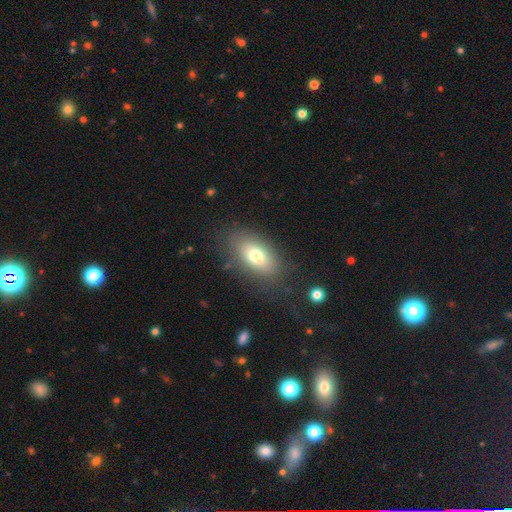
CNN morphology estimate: This is likely a smooth galaxy (72%). How rounded: clearly in between (89%). Merging: likely none (76%).